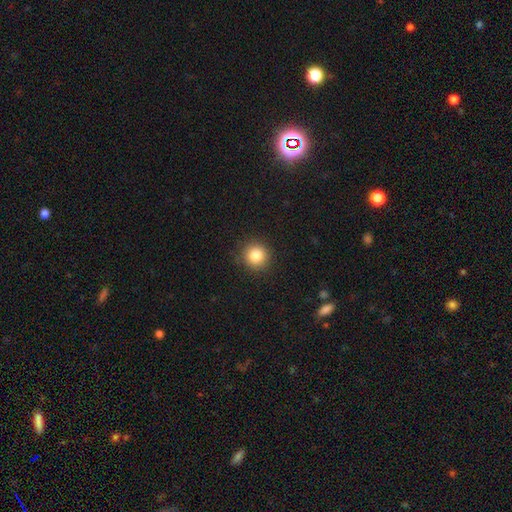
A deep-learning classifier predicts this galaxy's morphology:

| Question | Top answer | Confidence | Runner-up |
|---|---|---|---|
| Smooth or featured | smooth | 84% | star or artifact (11%) |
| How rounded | round | 93% | in between (6%) |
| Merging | none | 90% | minor disturbance (7%) |